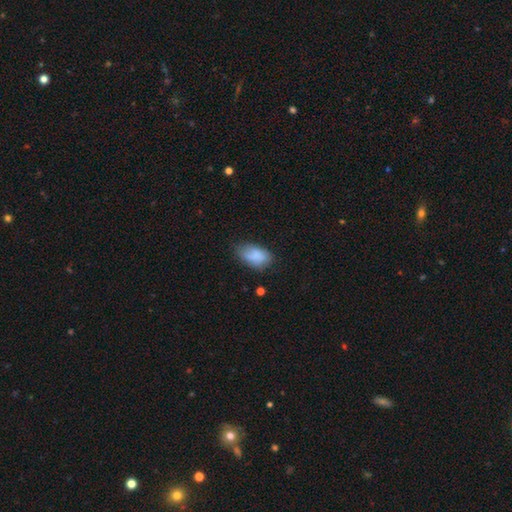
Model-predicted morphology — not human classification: Smooth or featured? smooth (84%)
How rounded? in between (92%)
Merging? none (64%)